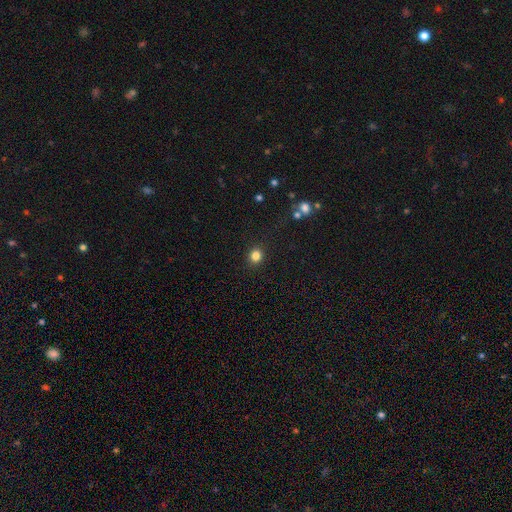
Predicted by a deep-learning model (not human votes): A smooth galaxy with no disk features (83%) that is round (78%).

Vote fractions:
- Smooth or featured? smooth: 83% / star or artifact: 12% / featured or disk: 5%
- How rounded? round: 78% / in between: 21% / cigar-shaped: 1%
- Merging? none: 91% / minor disturbance: 6% / major disturbance: 2% / merger: 1%